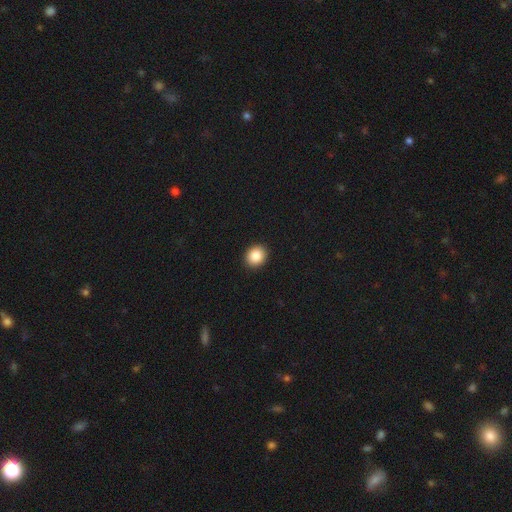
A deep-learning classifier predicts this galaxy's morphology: smooth 86%, star or artifact 9%, featured or disk 5%. Down the decision tree: how rounded — round (72%); merging — none (92%).